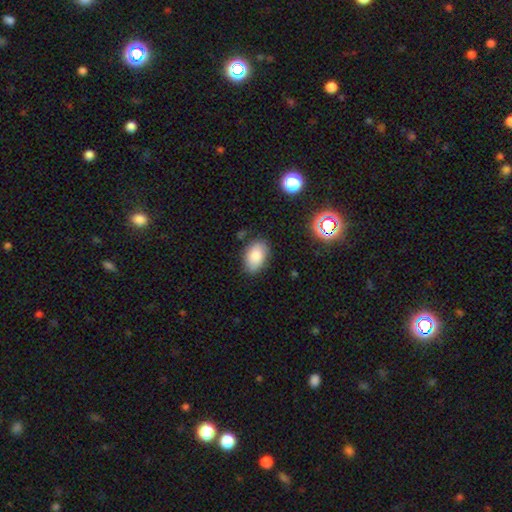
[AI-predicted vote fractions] smooth_or_featured: smooth (p=0.83) [alt: star or artifact p=0.08]
how_rounded: in between (p=0.89) [alt: round p=0.10]
merging: none (p=0.79) [alt: minor disturbance p=0.15]